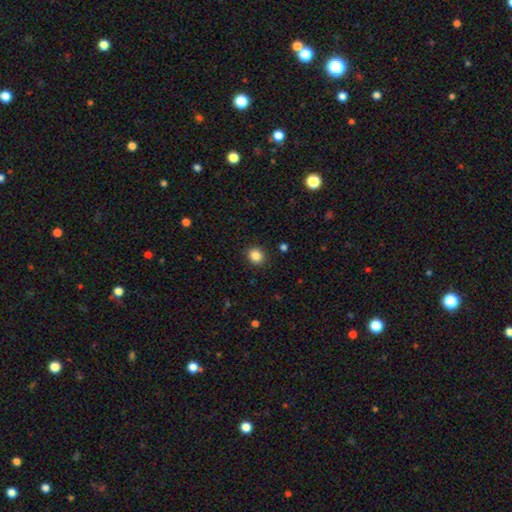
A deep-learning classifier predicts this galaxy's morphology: This appears to be a smooth galaxy with no disk features (85%) that is round (77%). Merging: none (90%).